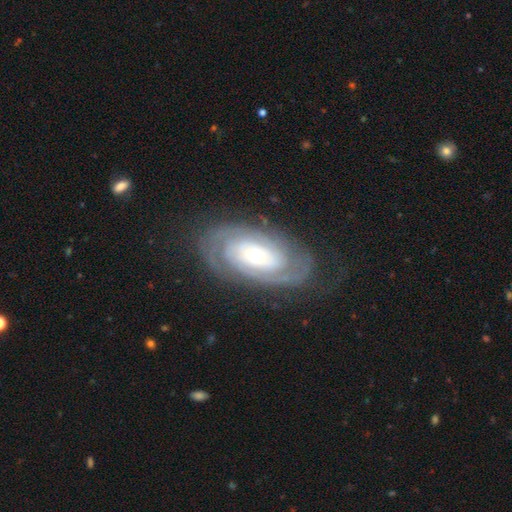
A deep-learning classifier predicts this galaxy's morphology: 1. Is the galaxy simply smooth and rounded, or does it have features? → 86% featured or disk, 9% smooth, 5% star or artifact.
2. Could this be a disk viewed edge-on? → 95% no, 5% yes.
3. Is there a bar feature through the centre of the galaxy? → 67% no, 22% weak, 11% strong.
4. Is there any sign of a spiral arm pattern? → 94% yes, 6% no.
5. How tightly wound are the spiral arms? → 76% tight, 19% medium, 5% loose.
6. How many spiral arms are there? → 50% 2, 25% can't tell, 12% 3, 5% 4, 4% 1, 4% more than 4.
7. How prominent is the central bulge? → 48% moderate, 46% small, 4% large, 1% dominant, 1% none.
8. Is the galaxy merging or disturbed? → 77% none, 14% minor disturbance, 7% major disturbance, 1% merger.